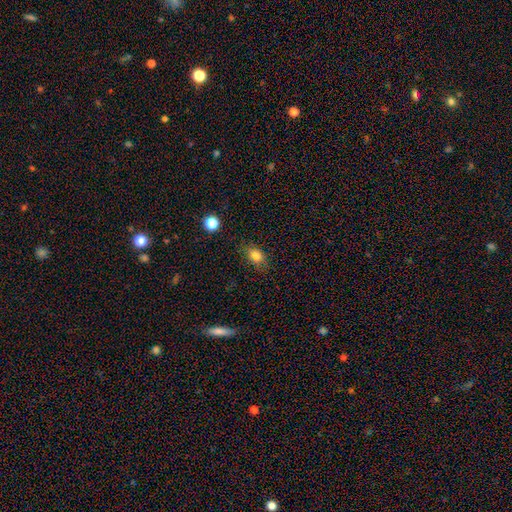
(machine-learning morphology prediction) smooth_or_featured: smooth (p=0.82) [alt: star or artifact p=0.11]
how_rounded: in between (p=0.70) [alt: round p=0.28]
merging: none (p=0.79) [alt: minor disturbance p=0.16]